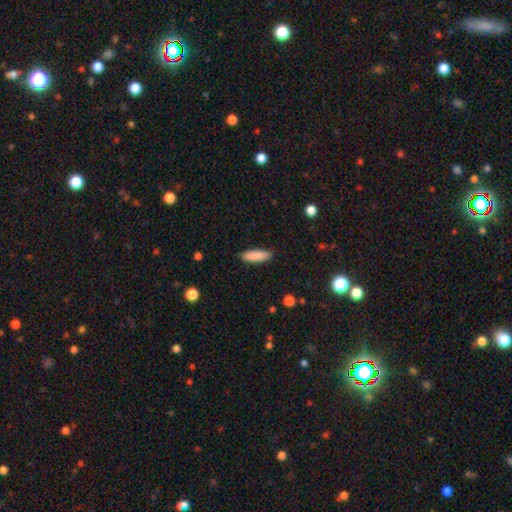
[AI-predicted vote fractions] smooth 89%, star or artifact 6%, featured or disk 5%. Down the decision tree: how rounded — cigar-shaped (54%); merging — none (89%).